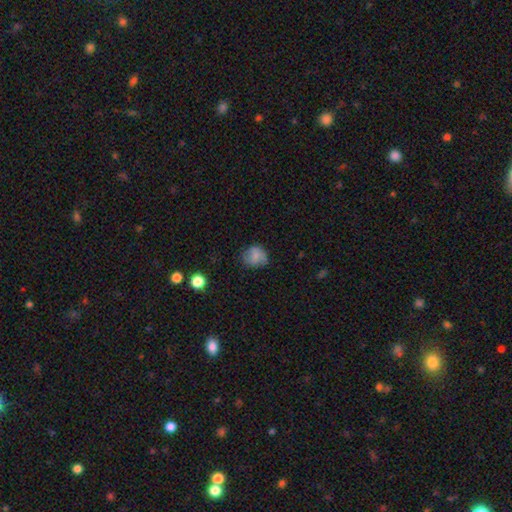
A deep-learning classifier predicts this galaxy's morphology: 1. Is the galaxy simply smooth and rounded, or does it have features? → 74% smooth, 17% featured or disk, 10% star or artifact.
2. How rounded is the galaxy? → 72% round, 27% in between, 1% cigar-shaped.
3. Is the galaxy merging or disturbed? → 63% none, 27% minor disturbance, 9% major disturbance, 2% merger.